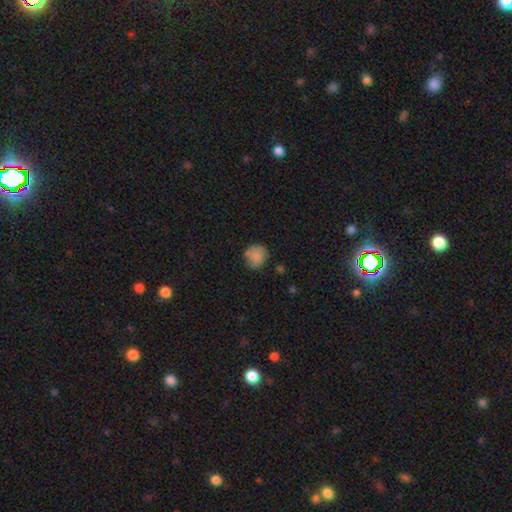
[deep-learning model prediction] Smooth or featured? Predicted: smooth (p=0.81). How rounded? Predicted: round (p=0.80). Merging? Predicted: none (p=0.68).